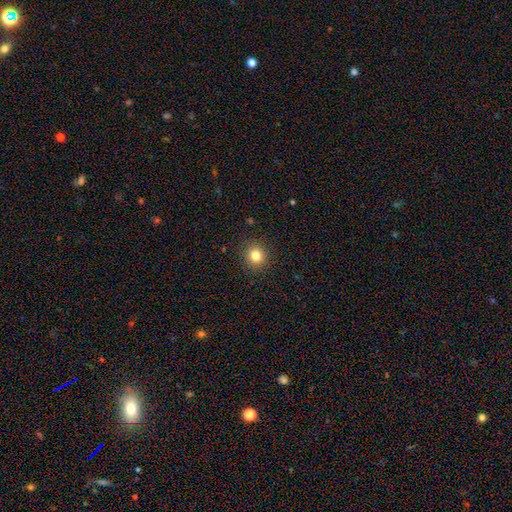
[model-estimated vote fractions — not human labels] smooth 81%, star or artifact 13%, featured or disk 6%. Down the decision tree: how rounded — round (90%); merging — none (90%).